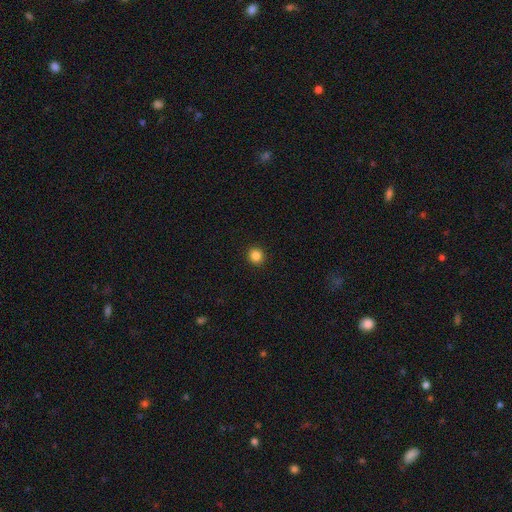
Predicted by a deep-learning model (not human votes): smooth_or_featured: smooth (p=0.85) [alt: star or artifact p=0.12]
how_rounded: round (p=0.92) [alt: in between p=0.07]
merging: none (p=0.93) [alt: minor disturbance p=0.04]